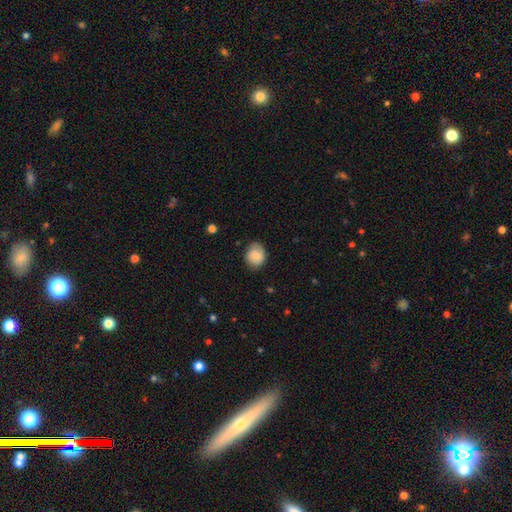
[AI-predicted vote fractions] smooth-or-featured: smooth: 79% | featured or disk: 13% | star or artifact: 8%
  how-rounded: round: 61% | in between: 38% | cigar-shaped: 1%
  merging: none: 69% | minor disturbance: 25% | major disturbance: 5% | merger: 1%